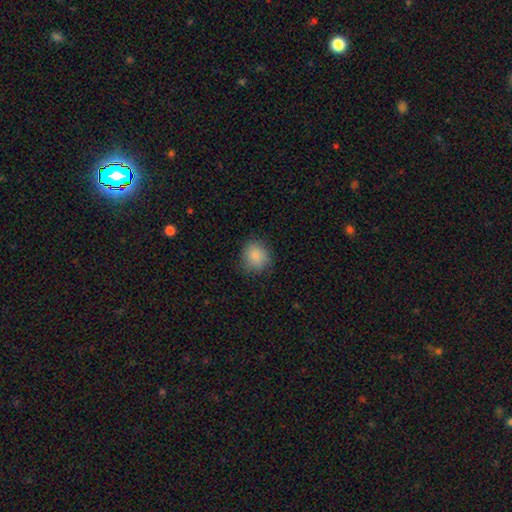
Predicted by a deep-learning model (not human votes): smooth-or-featured: smooth: 86% | star or artifact: 9% | featured or disk: 5%
  how-rounded: round: 83% | in between: 16% | cigar-shaped: 1%
  merging: none: 82% | minor disturbance: 14% | major disturbance: 4% | merger: 1%